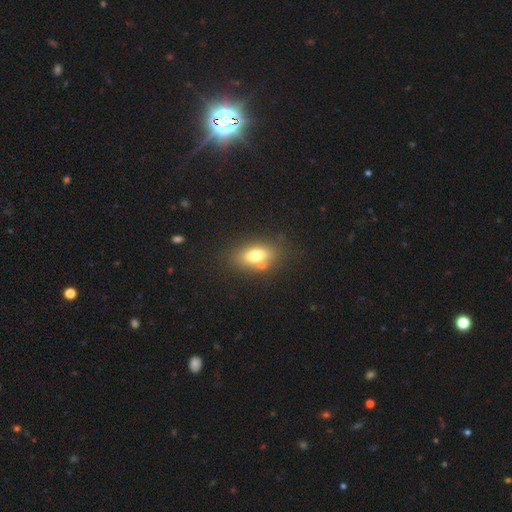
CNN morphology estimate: Smooth or featured? Predicted: smooth (p=0.70). How rounded? Predicted: in between (p=0.83). Merging? Predicted: none (p=0.67).